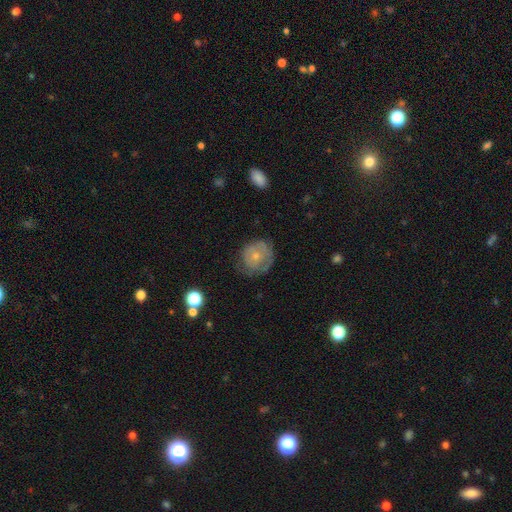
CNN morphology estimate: Smooth or featured? smooth (53%)
How rounded? round (80%)
Merging? none (58%)